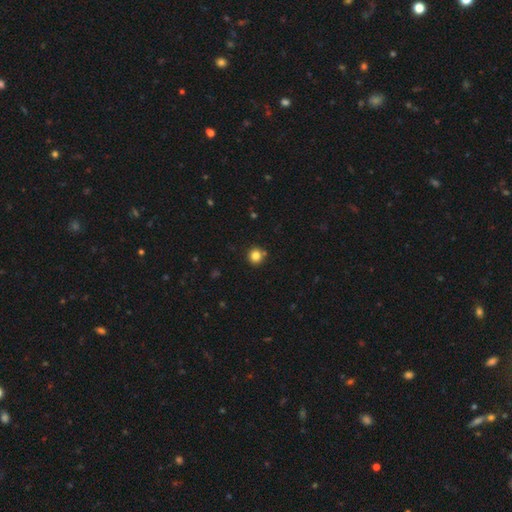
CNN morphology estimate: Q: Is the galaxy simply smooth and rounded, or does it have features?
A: smooth — 83%.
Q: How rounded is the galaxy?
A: round — 93%.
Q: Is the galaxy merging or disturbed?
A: none — 84%.